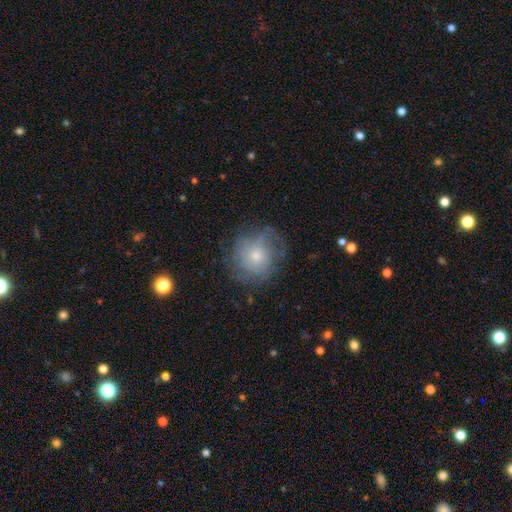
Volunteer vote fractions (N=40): Overall: featured or disk (62%; smooth 28%). Edge-on disk: no (96%). Bar: no (96%). Spiral arms: yes (83%). Spiral arm count: can't tell (70%). Spiral winding: tight (60%; medium 35%). Bulge size: small (62%; moderate 38%). Merging: none (69%; minor disturbance 31%).